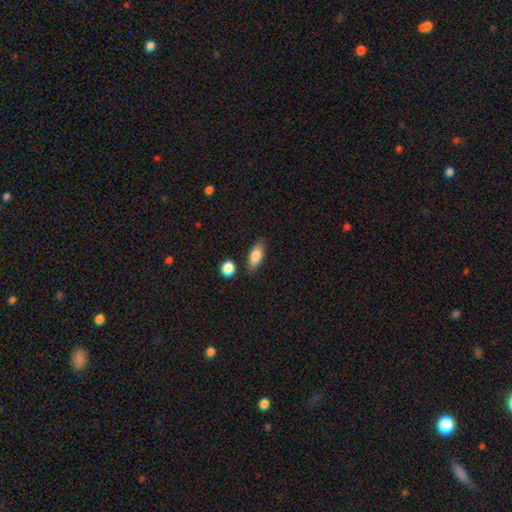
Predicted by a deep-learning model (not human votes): smooth-or-featured: smooth: 83% | featured or disk: 10% | star or artifact: 6%
  how-rounded: in between: 83% | cigar-shaped: 13% | round: 4%
  merging: none: 80% | minor disturbance: 12% | merger: 5% | major disturbance: 3%